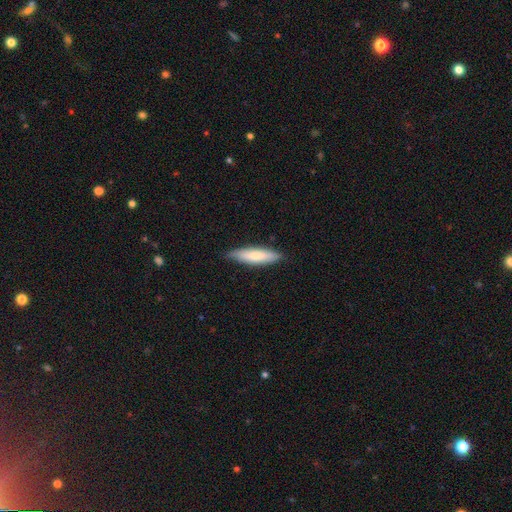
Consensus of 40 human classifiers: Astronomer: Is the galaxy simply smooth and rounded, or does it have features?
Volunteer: smooth — 72%.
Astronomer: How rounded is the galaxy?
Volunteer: in between — 62%.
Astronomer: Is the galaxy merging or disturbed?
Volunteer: none — 89%.